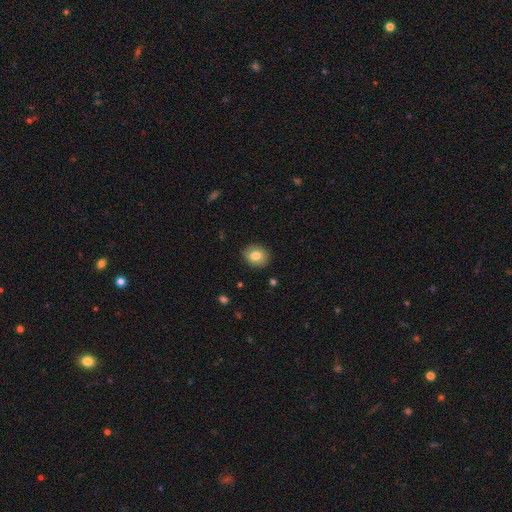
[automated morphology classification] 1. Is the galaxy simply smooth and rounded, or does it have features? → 81% smooth, 10% featured or disk, 9% star or artifact.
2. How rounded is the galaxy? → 62% round, 37% in between, 1% cigar-shaped.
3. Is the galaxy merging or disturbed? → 88% none, 9% minor disturbance, 2% major disturbance, 1% merger.